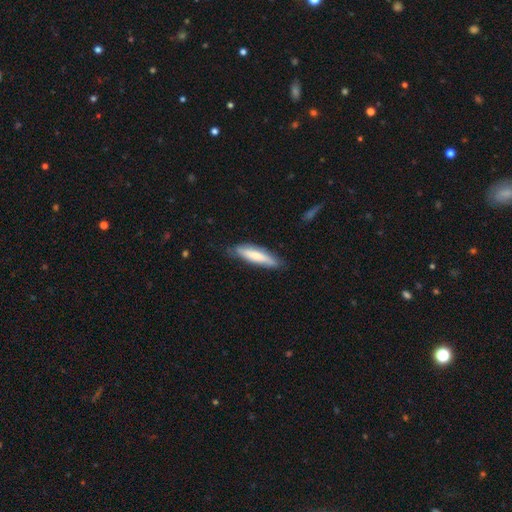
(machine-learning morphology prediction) The model was most divided on "smooth or featured": smooth: 73%, featured or disk: 21%, star or artifact: 5%. More confident: how rounded — cigar-shaped (78%); merging — none (76%).